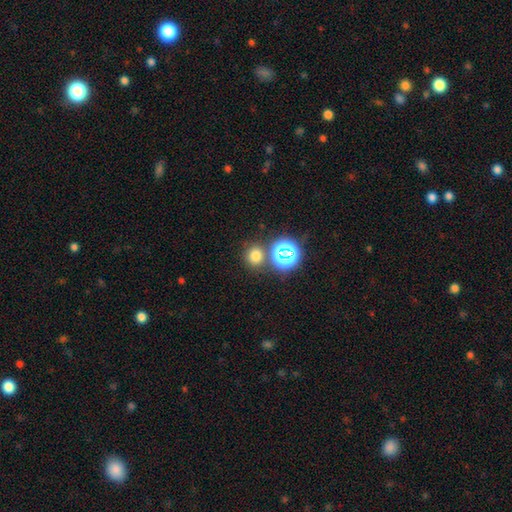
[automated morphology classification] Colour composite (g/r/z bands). It shows a smooth galaxy with no disk features (68%) that is round (80%). Merging: none (74%).